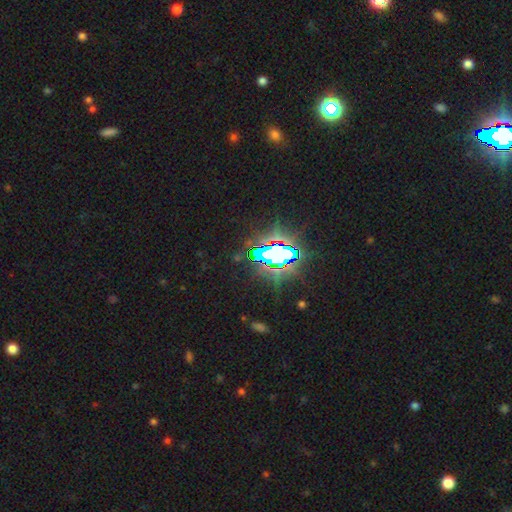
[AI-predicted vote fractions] Overall: star or artifact (78%).